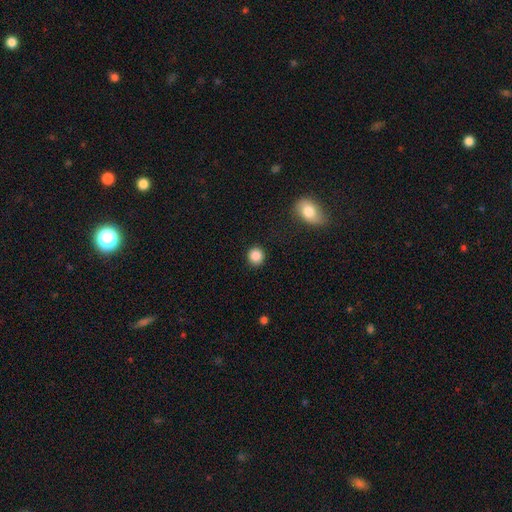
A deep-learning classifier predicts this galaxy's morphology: Smooth or featured?
  - smooth: 87% *
  - star or artifact: 9%
  - featured or disk: 4%
How rounded?
  - round: 91% *
  - in between: 8%
  - cigar-shaped: 1%
Merging?
  - none: 91% *
  - minor disturbance: 6%
  - major disturbance: 2%
  - merger: 2%